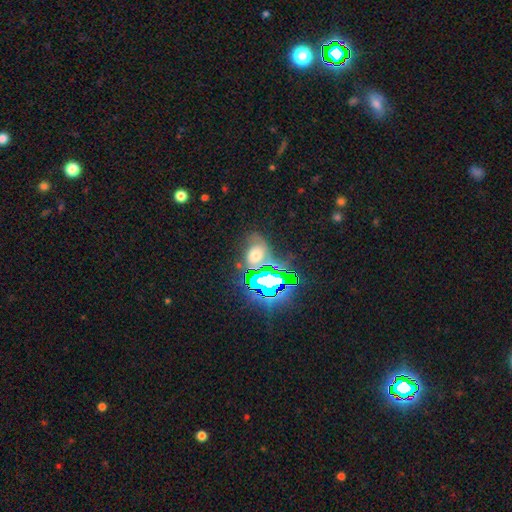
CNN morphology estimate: smooth_or_featured: star or artifact (p=0.43) [alt: smooth p=0.34]